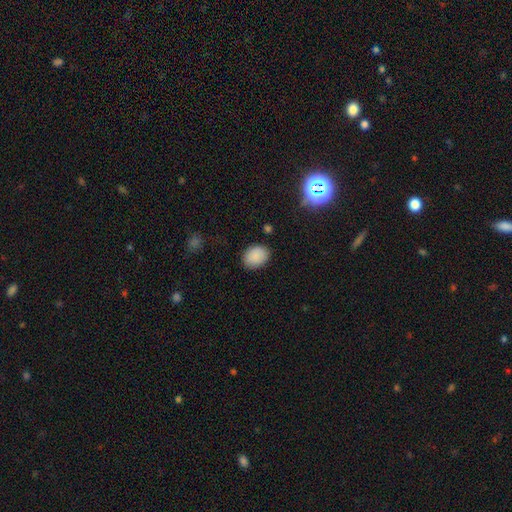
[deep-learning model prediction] smooth_or_featured: smooth (p=0.88) [alt: star or artifact p=0.08]
how_rounded: in between (p=0.64) [alt: round p=0.35]
merging: none (p=0.85) [alt: minor disturbance p=0.11]